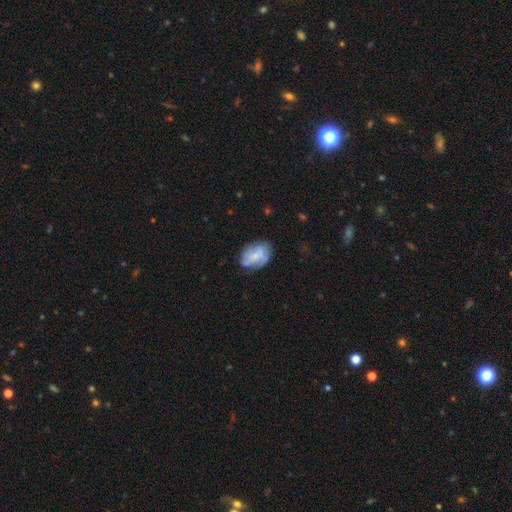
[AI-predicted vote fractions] Smooth or featured? Predicted: smooth (p=0.53). How rounded? Predicted: in between (p=0.83). Merging? Predicted: none (p=0.56).